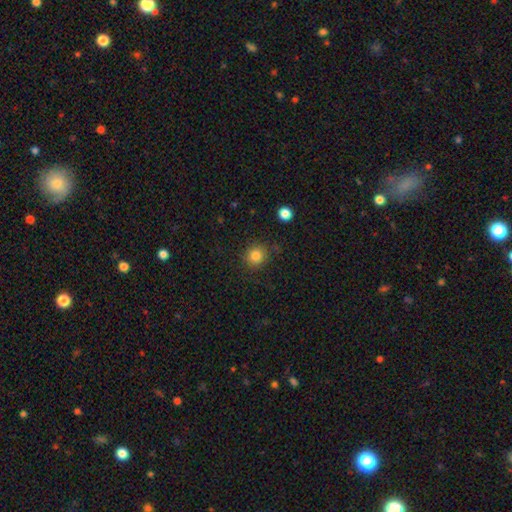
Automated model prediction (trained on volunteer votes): A smooth galaxy with no disk features (83%) that is round (90%). Merging: none (85%).